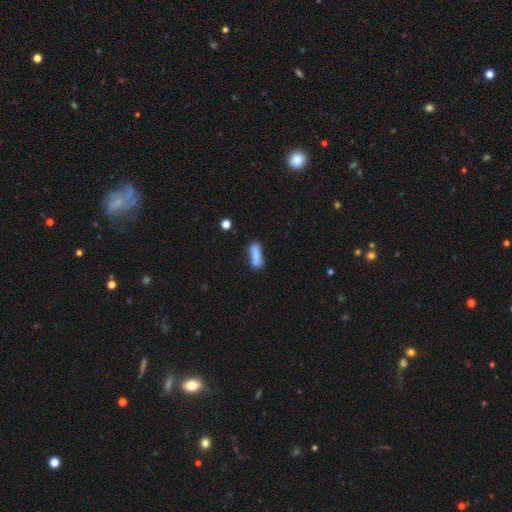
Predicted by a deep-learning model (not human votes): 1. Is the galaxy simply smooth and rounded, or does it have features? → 75% smooth, 16% featured or disk, 9% star or artifact.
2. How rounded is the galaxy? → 53% in between, 43% cigar-shaped, 3% round.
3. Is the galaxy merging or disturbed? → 47% none, 25% merger, 19% minor disturbance, 9% major disturbance.